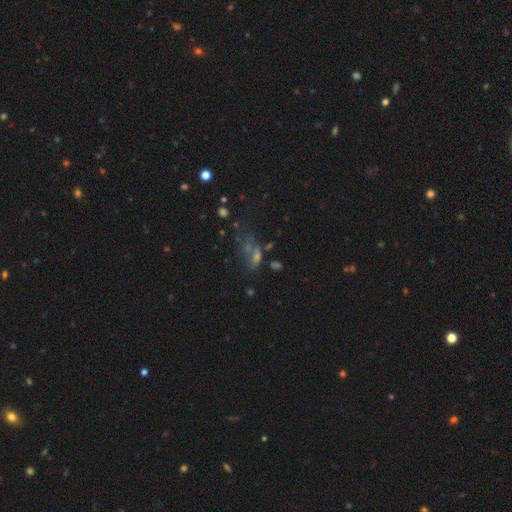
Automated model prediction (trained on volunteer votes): Morphology: type=star or artifact (35%).